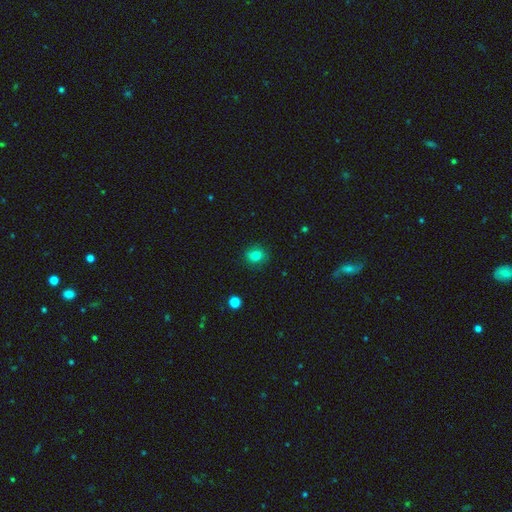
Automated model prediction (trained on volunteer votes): smooth_or_featured: smooth (p=0.81) [alt: star or artifact p=0.12]
how_rounded: round (p=0.73) [alt: in between p=0.26]
merging: none (p=0.88) [alt: minor disturbance p=0.09]